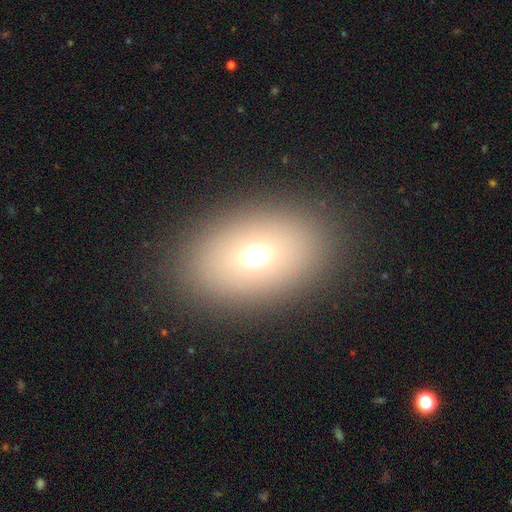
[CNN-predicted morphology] Smooth or featured? smooth (67%)
How rounded? in between (76%)
Merging? none (88%)